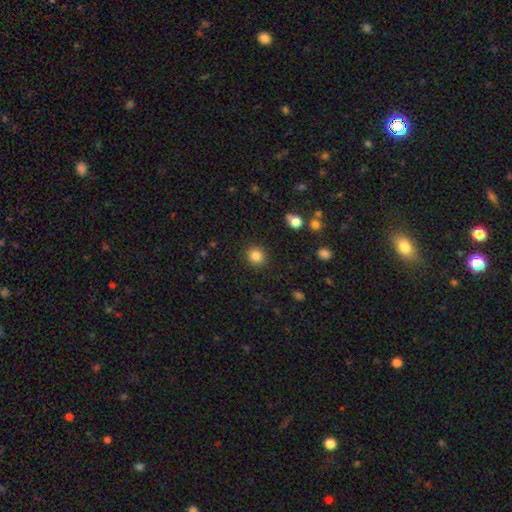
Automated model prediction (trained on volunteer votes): Smooth or featured: smooth — 85% (star or artifact — 11%)
How rounded: round — 84% (in between — 15%)
Merging: none — 89% (minor disturbance — 7%)